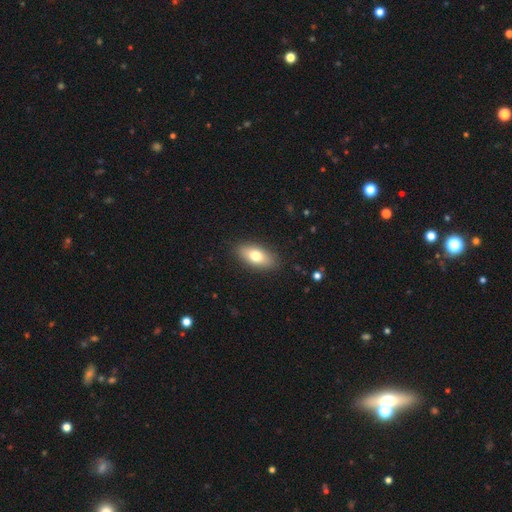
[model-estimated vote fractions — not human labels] Smooth or featured?
  - smooth: 74% *
  - featured or disk: 19%
  - star or artifact: 7%
How rounded?
  - in between: 87% *
  - cigar-shaped: 8%
  - round: 4%
Merging?
  - none: 87% *
  - minor disturbance: 9%
  - major disturbance: 2%
  - merger: 1%